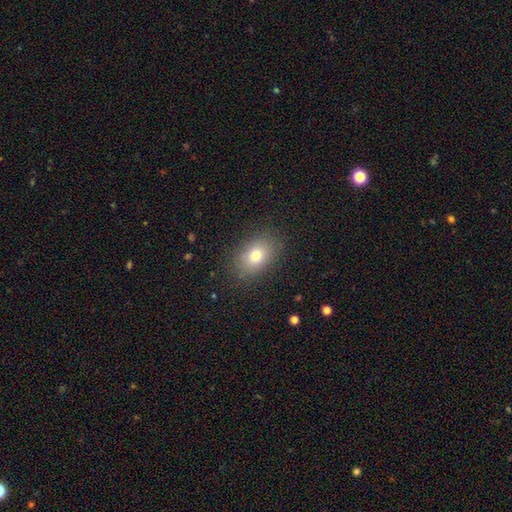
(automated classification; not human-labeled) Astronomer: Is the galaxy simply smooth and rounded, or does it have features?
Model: smooth — 76%.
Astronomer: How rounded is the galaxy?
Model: in between — 80%.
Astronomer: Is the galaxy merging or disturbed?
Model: none — 86%.